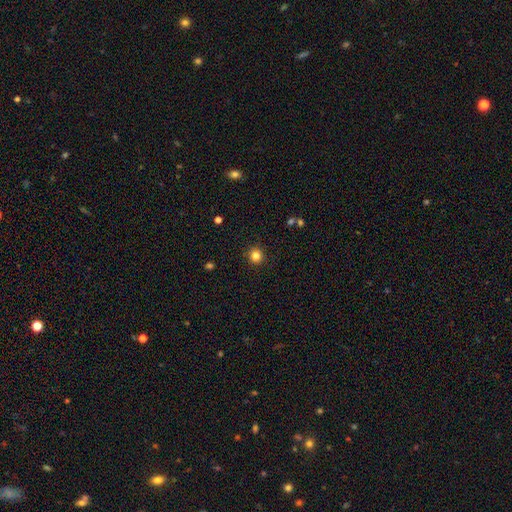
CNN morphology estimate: Overall: smooth (82%). How rounded: round (94%). Merging: none (92%).